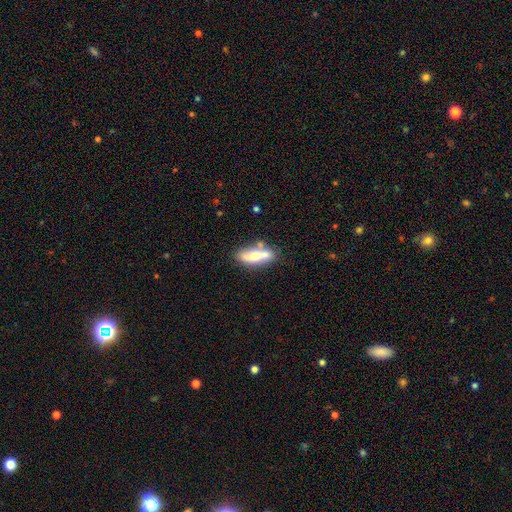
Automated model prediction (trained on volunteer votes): Smooth or featured?
  - smooth: 55% *
  - featured or disk: 38%
  - star or artifact: 7%
How rounded?
  - in between: 57% *
  - cigar-shaped: 40%
  - round: 3%
Merging?
  - none: 57% *
  - merger: 19%
  - minor disturbance: 18%
  - major disturbance: 6%